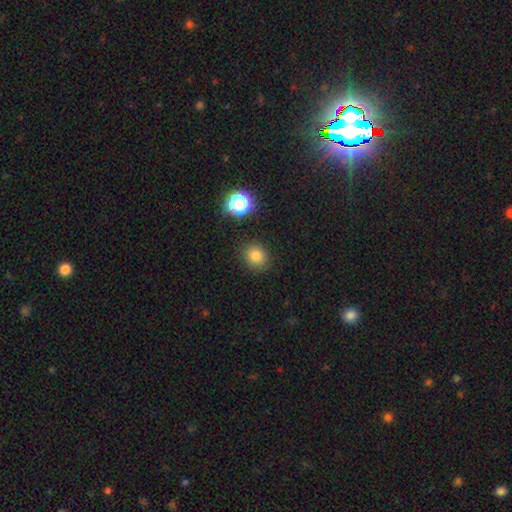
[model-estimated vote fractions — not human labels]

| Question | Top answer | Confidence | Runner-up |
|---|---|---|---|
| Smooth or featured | smooth | 78% | star or artifact (15%) |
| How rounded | round | 76% | in between (23%) |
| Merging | none | 86% | minor disturbance (9%) |